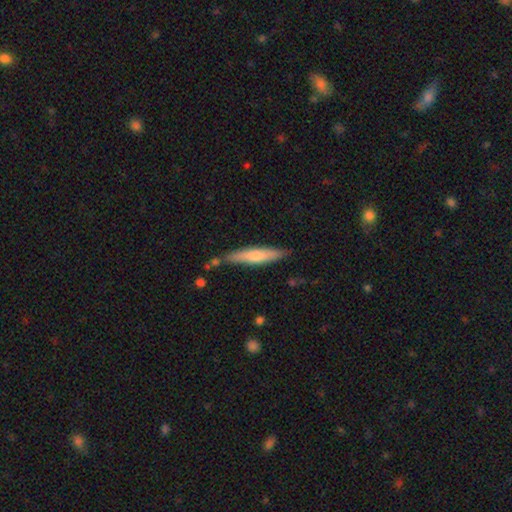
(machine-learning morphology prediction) smooth 60%, featured or disk 34%, star or artifact 5%. Down the decision tree: how rounded — cigar-shaped (88%); merging — none (79%).